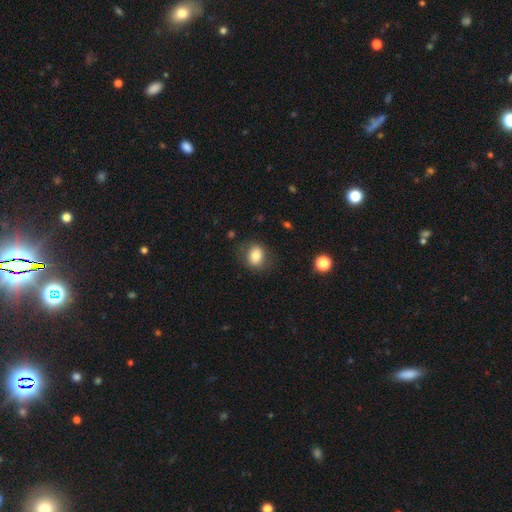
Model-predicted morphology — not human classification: smooth-or-featured: smooth: 80% | featured or disk: 11% | star or artifact: 9%
  how-rounded: round: 52% | in between: 47% | cigar-shaped: 1%
  merging: none: 78% | minor disturbance: 15% | major disturbance: 6% | merger: 1%